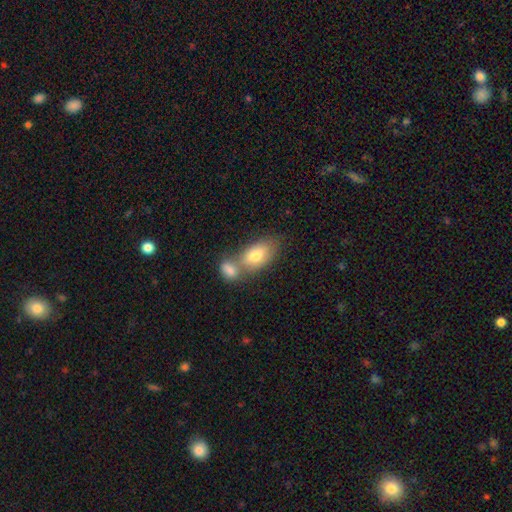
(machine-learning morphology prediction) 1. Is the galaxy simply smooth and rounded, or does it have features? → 76% smooth, 17% featured or disk, 7% star or artifact.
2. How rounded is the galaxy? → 90% in between, 6% round, 4% cigar-shaped.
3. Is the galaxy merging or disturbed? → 50% merger, 35% none, 11% minor disturbance, 4% major disturbance.